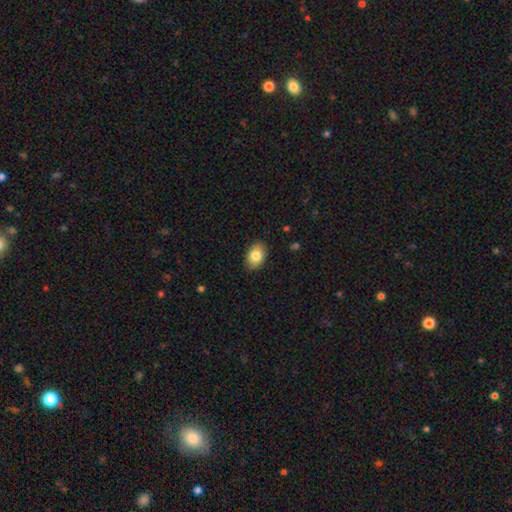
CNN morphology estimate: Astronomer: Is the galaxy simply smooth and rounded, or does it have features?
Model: smooth — 82%.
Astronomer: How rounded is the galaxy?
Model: in between — 84%.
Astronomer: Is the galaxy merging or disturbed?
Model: none — 88%.